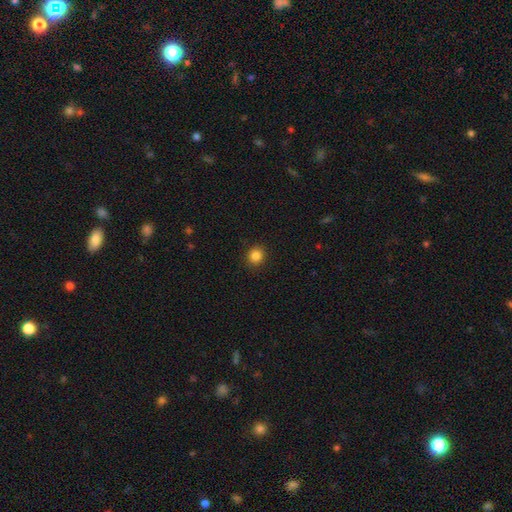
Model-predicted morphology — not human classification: A smooth galaxy with no disk features (85%) that is round (89%). Merging: none (92%).